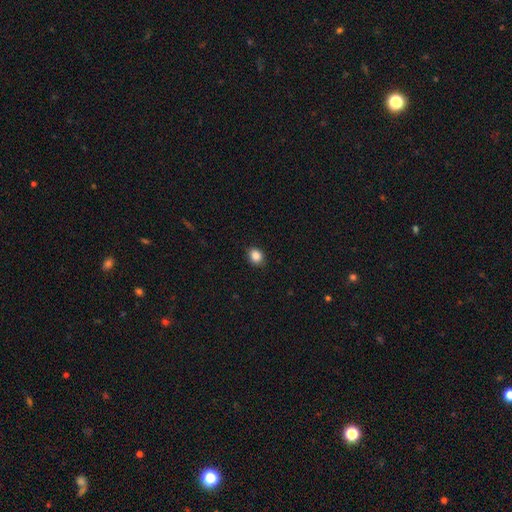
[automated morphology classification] The model was most divided on "how rounded": round: 59%, in between: 40%, cigar-shaped: 1%. More confident: merging — none (89%); smooth or featured — smooth (86%).